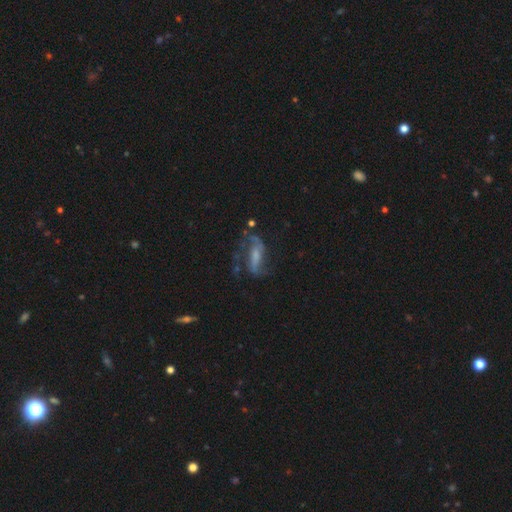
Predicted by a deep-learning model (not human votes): Overall: featured or disk (75%). Edge-on disk: no (91%). Bar: strong (39%; weak 37%). Spiral arms: yes (87%). Spiral arm count: 2 (83%). Spiral winding: loose (53%; medium 36%). Bulge size: small (35%; moderate 29%). Merging: none (51%; major disturbance 24%).